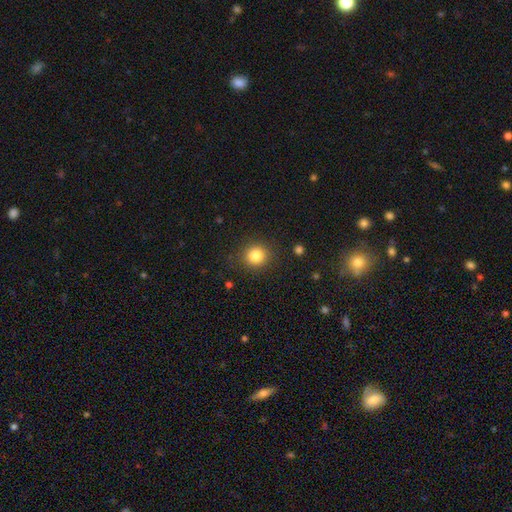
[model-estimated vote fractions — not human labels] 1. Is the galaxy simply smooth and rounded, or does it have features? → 83% smooth, 11% star or artifact, 6% featured or disk.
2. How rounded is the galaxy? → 90% round, 9% in between, 1% cigar-shaped.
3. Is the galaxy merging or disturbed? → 88% none, 8% minor disturbance, 3% major disturbance, 1% merger.